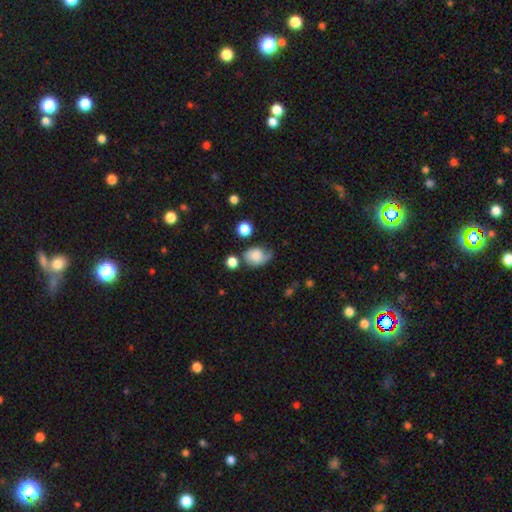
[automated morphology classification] This is likely a smooth galaxy (64%). How rounded: possibly in between (52%). Merging: marginally none (38%).